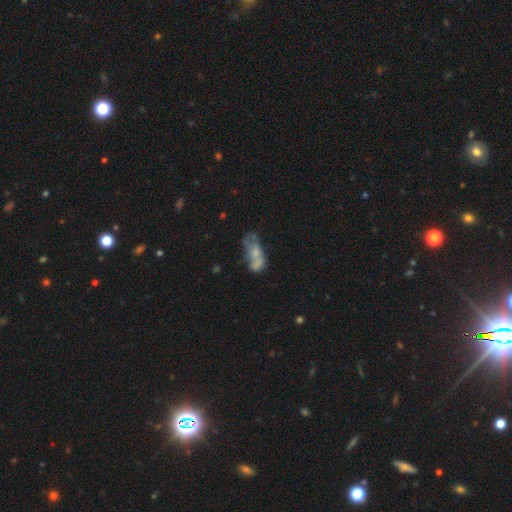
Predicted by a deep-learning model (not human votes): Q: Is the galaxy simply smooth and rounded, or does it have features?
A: smooth — 48%.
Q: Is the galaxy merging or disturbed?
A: none — 30%.